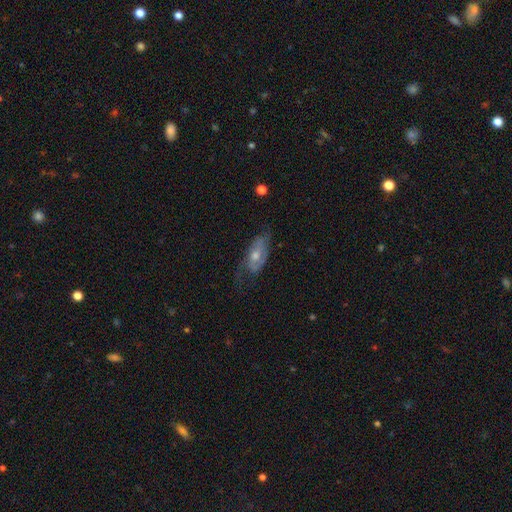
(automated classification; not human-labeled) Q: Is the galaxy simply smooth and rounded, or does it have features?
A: featured or disk — 69%.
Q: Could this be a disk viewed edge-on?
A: no — 87%.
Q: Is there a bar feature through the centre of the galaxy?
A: no — 64%.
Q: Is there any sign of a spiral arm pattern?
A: yes — 80%.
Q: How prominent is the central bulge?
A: moderate — 65%.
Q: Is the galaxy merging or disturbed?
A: none — 55%.